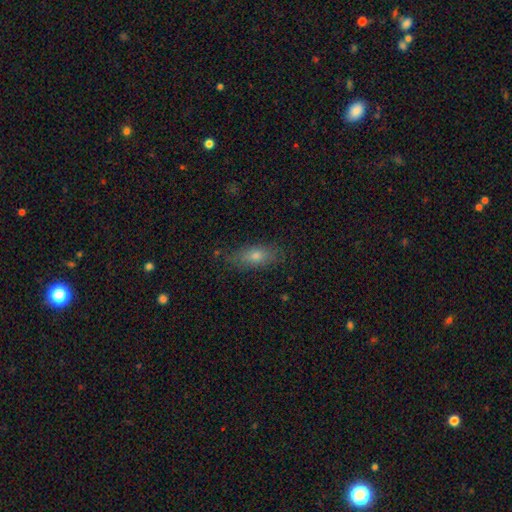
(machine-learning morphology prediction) A smooth galaxy with no disk features (70%) that is in between round and cigar-shaped (69%).

Vote fractions:
- Smooth or featured? smooth: 70% / featured or disk: 20% / star or artifact: 10%
- How rounded? in between: 69% / cigar-shaped: 26% / round: 5%
- Merging? none: 80% / minor disturbance: 15% / major disturbance: 3% / merger: 2%